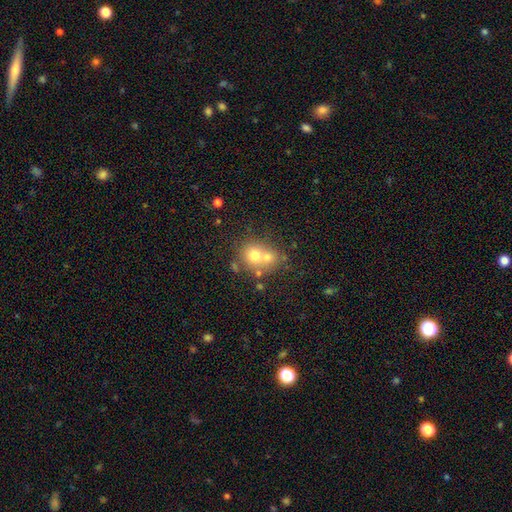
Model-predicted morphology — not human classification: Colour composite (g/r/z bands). It shows a smooth galaxy with no disk features (66%) that is round (76%). Merging: merger (53%).